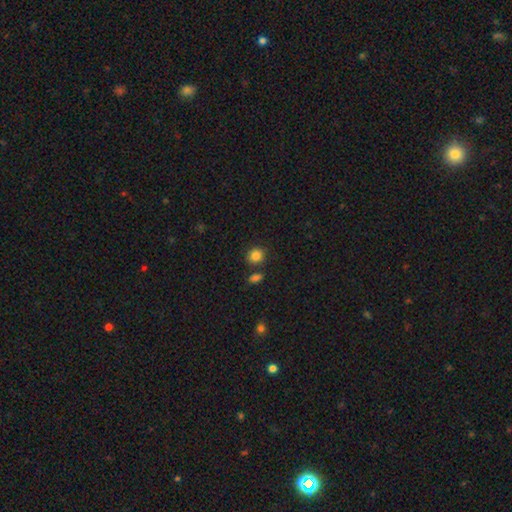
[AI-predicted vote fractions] A smooth galaxy with no disk features (85%) that is round (81%). Merging: none (78%).